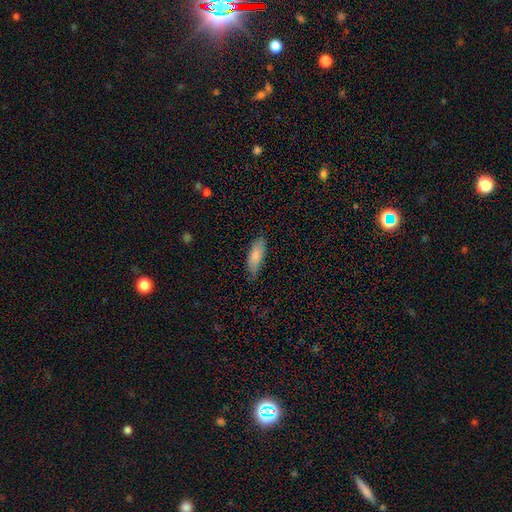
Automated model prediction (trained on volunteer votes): A smooth galaxy with no disk features (82%) that is in between round and cigar-shaped (70%).

Vote fractions:
- Smooth or featured? smooth: 82% / featured or disk: 12% / star or artifact: 6%
- How rounded? in between: 70% / cigar-shaped: 28% / round: 2%
- Merging? none: 74% / minor disturbance: 21% / major disturbance: 4% / merger: 1%